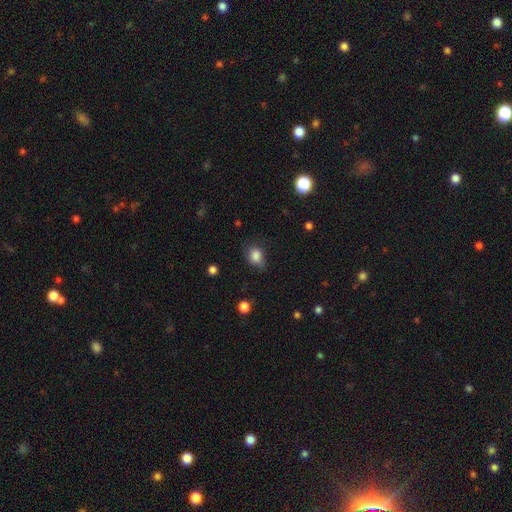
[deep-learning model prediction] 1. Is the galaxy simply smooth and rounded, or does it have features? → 84% smooth, 9% star or artifact, 6% featured or disk.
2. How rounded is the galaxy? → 54% in between, 45% round, 1% cigar-shaped.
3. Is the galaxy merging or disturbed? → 67% none, 25% minor disturbance, 7% major disturbance, 1% merger.